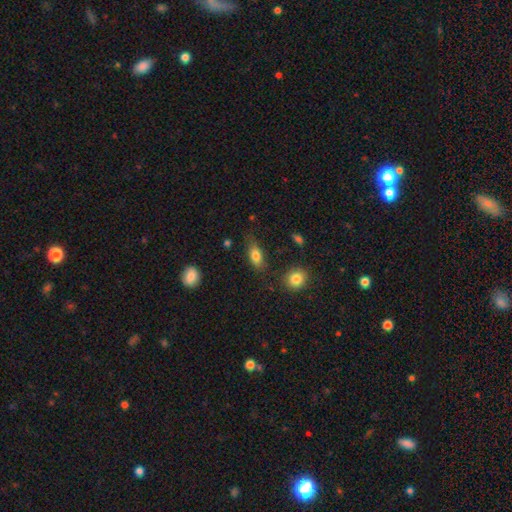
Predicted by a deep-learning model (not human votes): This is likely a smooth galaxy (79%). How rounded: clearly in between (82%). Merging: likely none (68%).